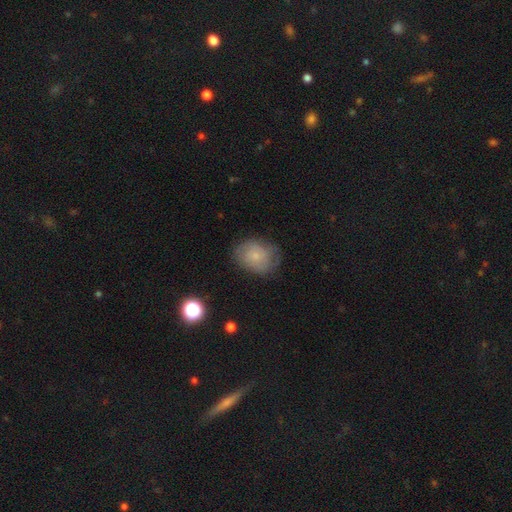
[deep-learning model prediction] smooth 63%, featured or disk 28%, star or artifact 9%. Down the decision tree: how rounded — in between (54%); merging — none (66%).